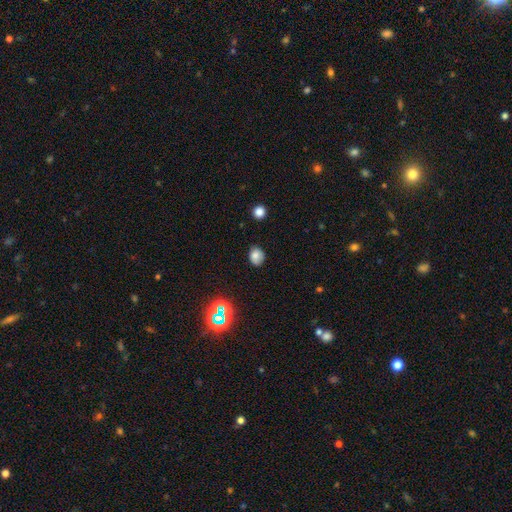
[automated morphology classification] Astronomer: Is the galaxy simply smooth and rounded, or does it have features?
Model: smooth — 76%.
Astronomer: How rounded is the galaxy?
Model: round — 50% (runner-up: in between, 49%).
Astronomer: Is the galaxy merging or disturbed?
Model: none — 77%.